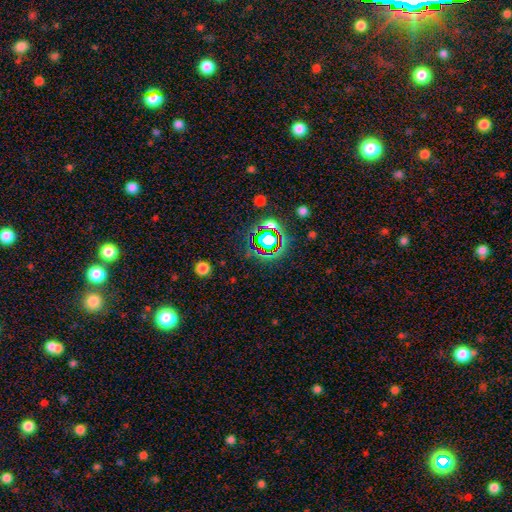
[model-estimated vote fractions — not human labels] star or artifact 72%, smooth 18%, featured or disk 10%.